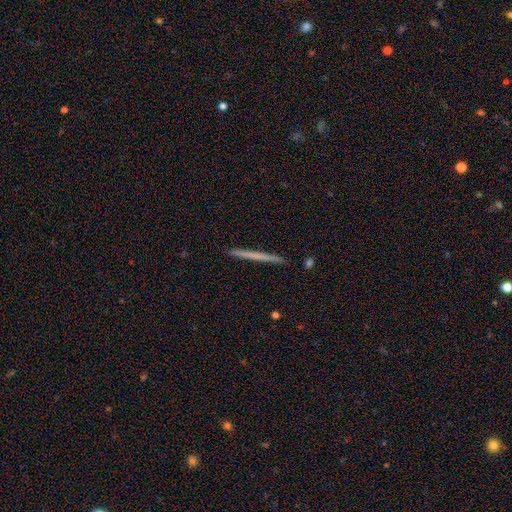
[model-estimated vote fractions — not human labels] A smooth galaxy with no disk features (53%) that is cigar-shaped (97%).

Vote fractions:
- Smooth or featured? smooth: 53% / featured or disk: 42% / star or artifact: 5%
- How rounded? cigar-shaped: 97% / in between: 1% / round: 1%
- Merging? none: 93% / minor disturbance: 5% / merger: 1% / major disturbance: 1%